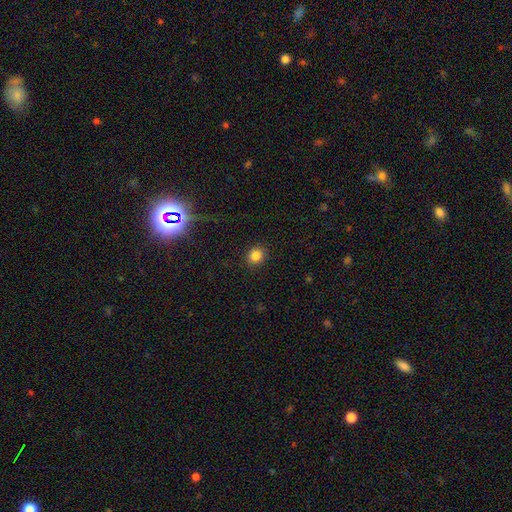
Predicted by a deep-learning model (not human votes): Morphology: type=smooth (83%); roundness=round (82%); merging=none (88%).